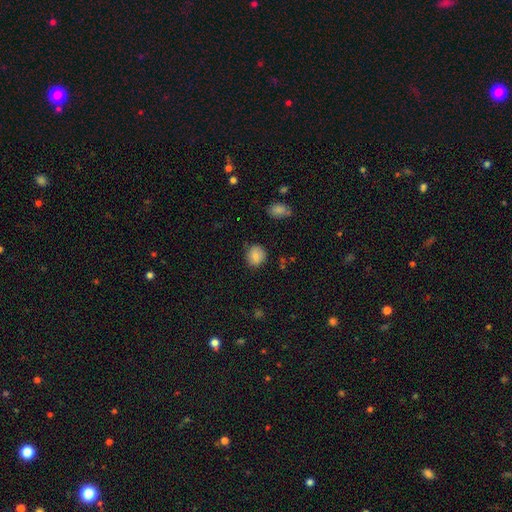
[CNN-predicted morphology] This appears to be a smooth galaxy with no disk features (83%) that is round (80%). Merging: none (81%).